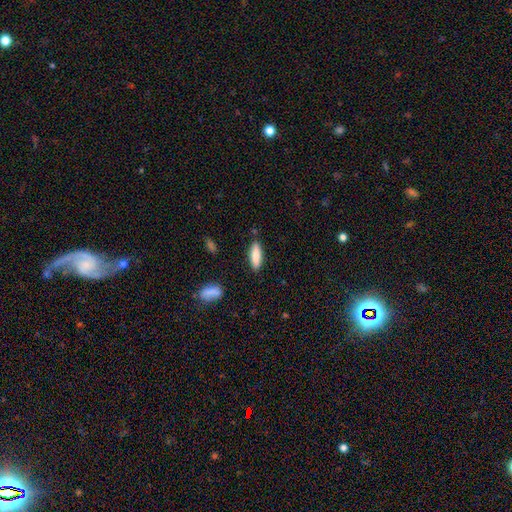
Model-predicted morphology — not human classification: smooth_or_featured: smooth (p=0.84) [alt: featured or disk p=0.10]
how_rounded: in between (p=0.51) [alt: cigar-shaped p=0.47]
merging: none (p=0.85) [alt: minor disturbance p=0.10]